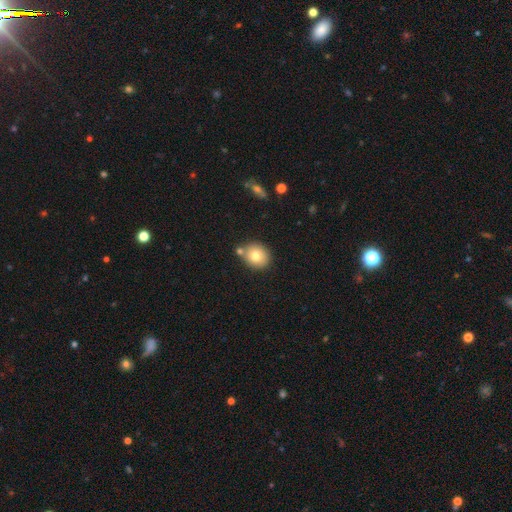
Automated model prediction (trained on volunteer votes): smooth_or_featured: smooth (p=0.77) [alt: featured or disk p=0.13]
how_rounded: round (p=0.81) [alt: in between p=0.18]
merging: none (p=0.71) [alt: merger p=0.16]